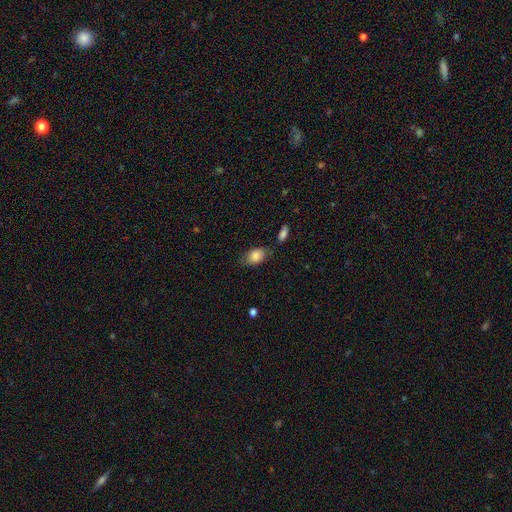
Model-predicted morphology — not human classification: A smooth galaxy with no disk features (83%) that is in between round and cigar-shaped (85%). Merging: none (67%).